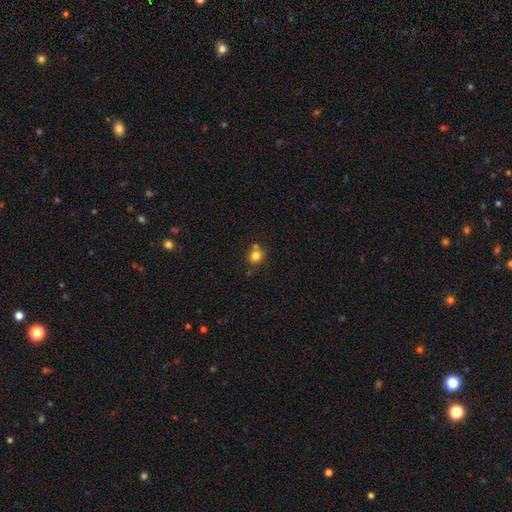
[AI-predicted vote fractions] smooth_or_featured: smooth (p=0.80) [alt: star or artifact p=0.12]
how_rounded: round (p=0.77) [alt: in between p=0.22]
merging: none (p=0.61) [alt: merger p=0.25]